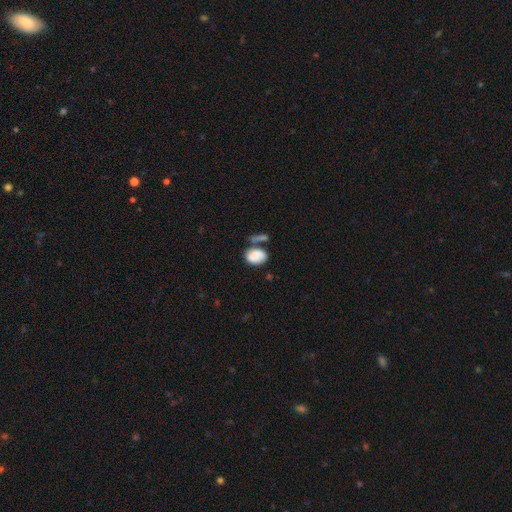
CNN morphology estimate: Overall: smooth (80%). How rounded: in between (73%). Merging: none (39%; merger 32%).